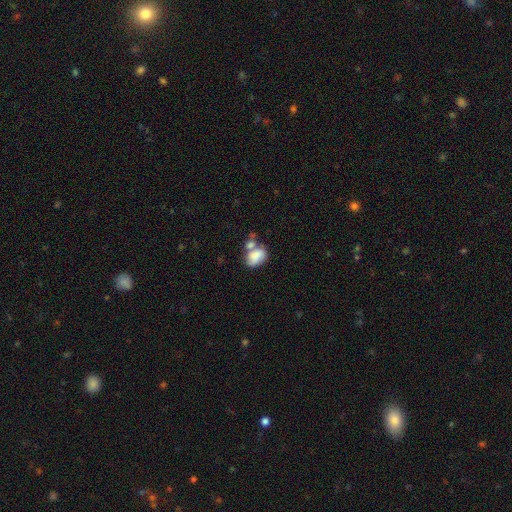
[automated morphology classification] smooth 75%, featured or disk 16%, star or artifact 9%. Down the decision tree: how rounded — in between (81%); merging — merger (46%).